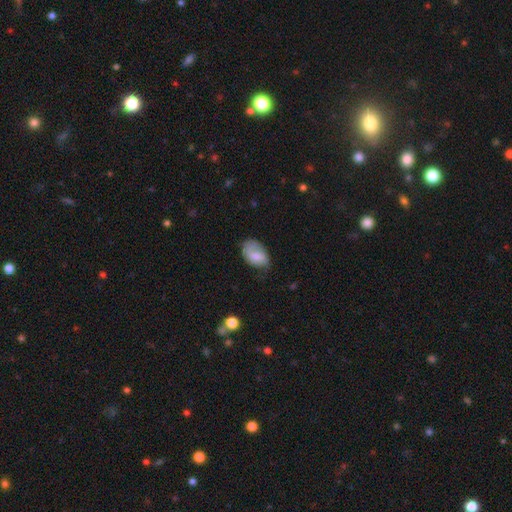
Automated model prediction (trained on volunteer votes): Smooth or featured? Predicted: smooth (p=0.64). How rounded? Predicted: in between (p=0.89). Merging? Predicted: none (p=0.52).